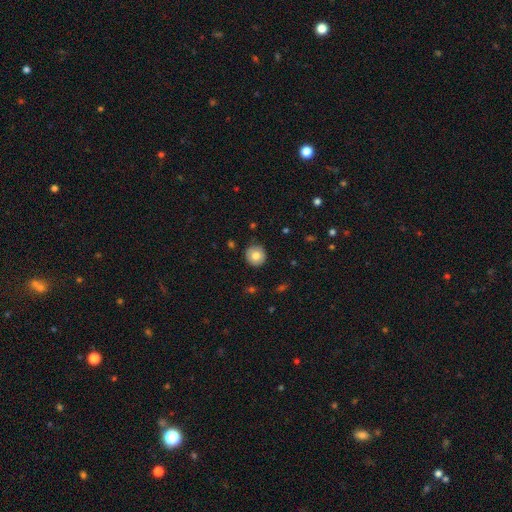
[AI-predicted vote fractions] Morphology: type=smooth (80%); roundness=round (93%); merging=none (89%).